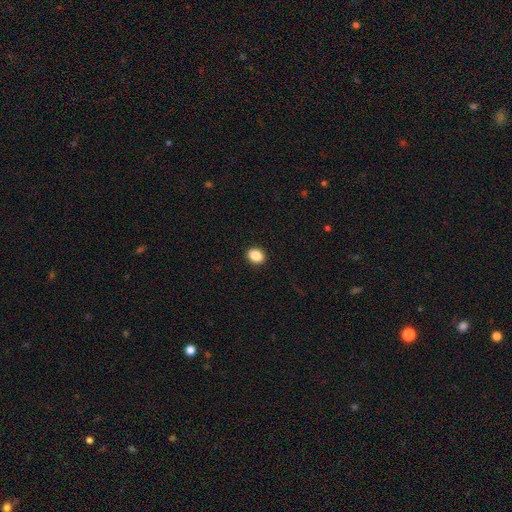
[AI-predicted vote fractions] A smooth galaxy with no disk features (88%) that is in between round and cigar-shaped (63%).

Vote fractions:
- Smooth or featured? smooth: 88% / star or artifact: 9% / featured or disk: 3%
- How rounded? in between: 63% / round: 36% / cigar-shaped: 1%
- Merging? none: 92% / minor disturbance: 6% / major disturbance: 2% / merger: 1%